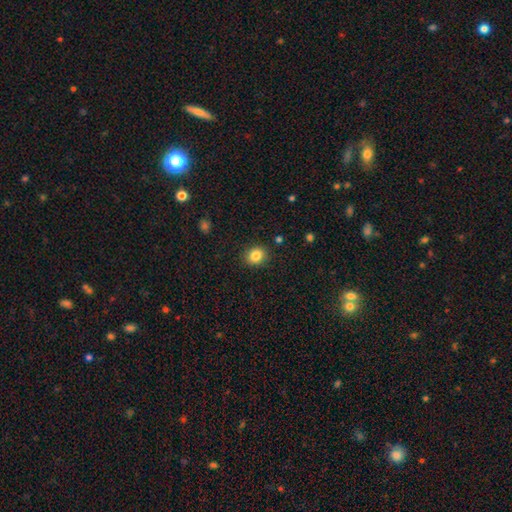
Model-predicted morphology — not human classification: smooth 84%, star or artifact 10%, featured or disk 6%. Down the decision tree: how rounded — round (72%); merging — none (88%).